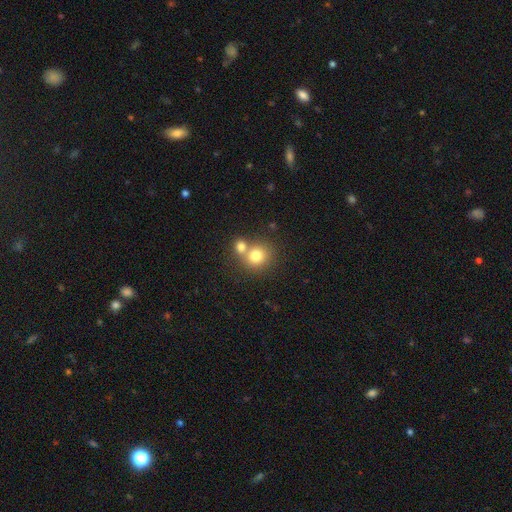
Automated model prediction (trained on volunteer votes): The model was most divided on "merging": merger: 46%, none: 45%, minor disturbance: 7%, major disturbance: 3%. More confident: how rounded — round (83%); smooth or featured — smooth (77%).